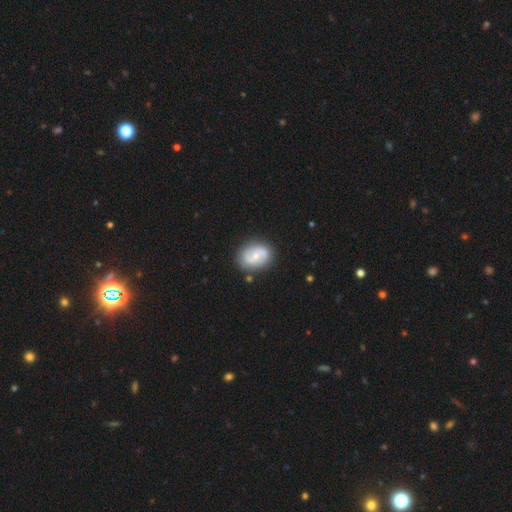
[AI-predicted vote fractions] smooth_or_featured: featured or disk (p=0.75) [alt: smooth p=0.20]
disk_edge_on: no (p=0.98) [alt: yes p=0.02]
bar: no (p=0.47) [alt: weak p=0.43]
has_spiral_arms: yes (p=0.91) [alt: no p=0.09]
spiral_winding: medium (p=0.46) [alt: loose p=0.29]
spiral_arm_count: 2 (p=0.88) [alt: can't tell p=0.06]
bulge_size: small (p=0.48) [alt: moderate p=0.47]
merging: none (p=0.82) [alt: minor disturbance p=0.12]